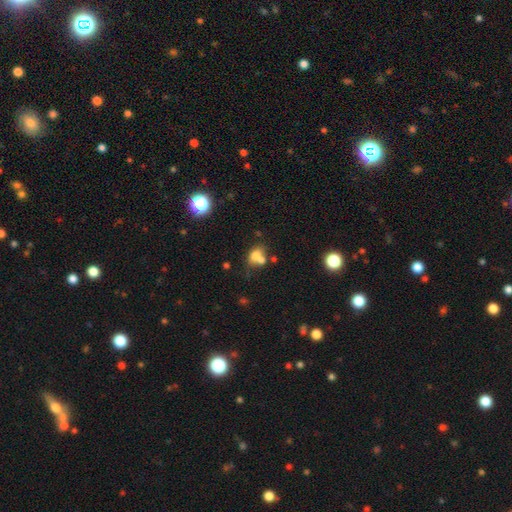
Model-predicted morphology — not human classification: A smooth galaxy with no disk features (69%) that is in between round and cigar-shaped (63%). Merging: merger (47%).